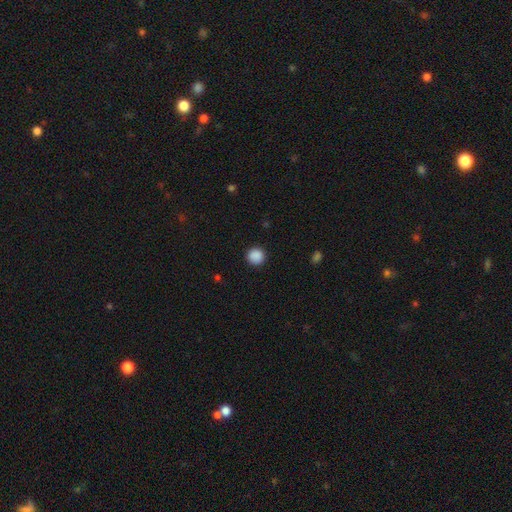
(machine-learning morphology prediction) This is clearly a smooth galaxy (89%). How rounded: clearly round (94%). Merging: clearly none (91%).